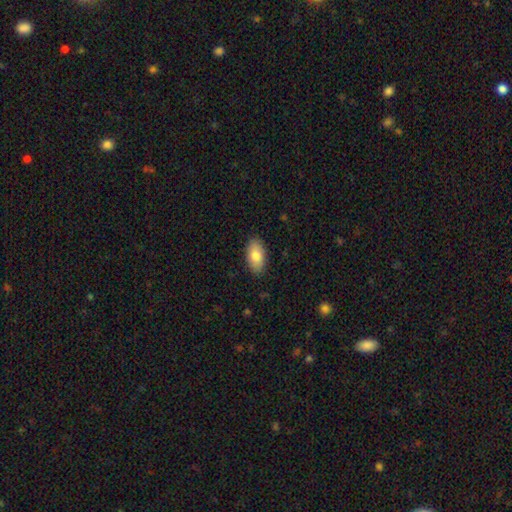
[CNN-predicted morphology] Smooth or featured: smooth — 80% (featured or disk — 13%)
How rounded: in between — 94% (round — 4%)
Merging: none — 87% (minor disturbance — 10%)